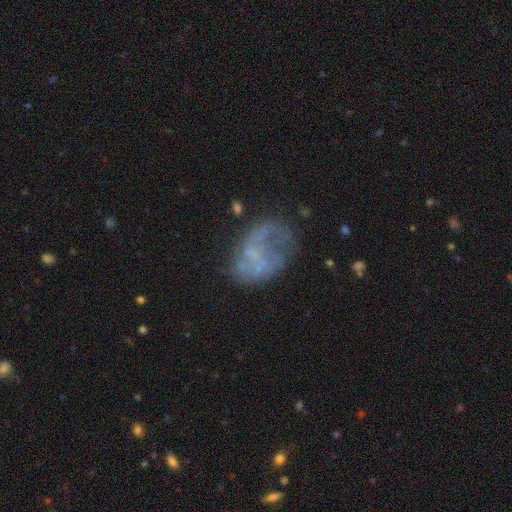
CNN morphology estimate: Smooth or featured?
  - featured or disk: 59% *
  - smooth: 27%
  - star or artifact: 14%
Edge-on disk?
  - no: 98% *
  - yes: 2%
Bar?
  - no: 68% *
  - weak: 25%
  - strong: 7%
Spiral arms?
  - no: 53% *
  - yes: 47%
Bulge size?
  - none: 66% *
  - small: 24%
  - moderate: 7%
  - large: 1%
  - dominant: 1%
Merging?
  - none: 46% *
  - major disturbance: 27%
  - minor disturbance: 22%
  - merger: 5%